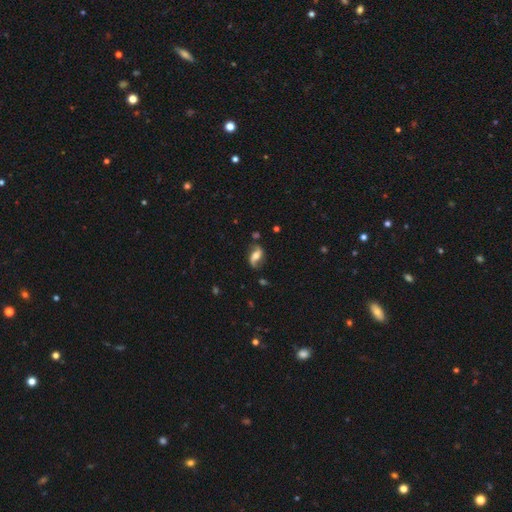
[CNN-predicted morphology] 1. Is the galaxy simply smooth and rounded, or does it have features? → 68% featured or disk, 24% smooth, 8% star or artifact.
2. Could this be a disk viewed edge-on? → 94% no, 6% yes.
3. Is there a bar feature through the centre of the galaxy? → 38% no, 37% weak, 26% strong.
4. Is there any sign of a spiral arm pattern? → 90% yes, 10% no.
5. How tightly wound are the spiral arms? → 66% loose, 25% medium, 9% tight.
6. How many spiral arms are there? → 88% 2, 5% 1, 4% can't tell, 1% 3, 1% 4, 1% more than 4.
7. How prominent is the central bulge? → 53% moderate, 20% large, 20% small, 4% none, 3% dominant.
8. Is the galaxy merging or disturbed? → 70% none, 19% minor disturbance, 8% major disturbance, 3% merger.